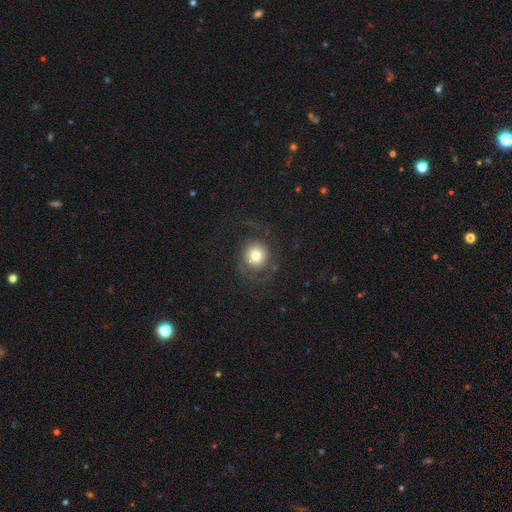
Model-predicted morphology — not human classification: smooth_or_featured: smooth (p=0.58) [alt: featured or disk p=0.32]
how_rounded: round (p=0.87) [alt: in between p=0.12]
merging: none (p=0.67) [alt: major disturbance p=0.18]